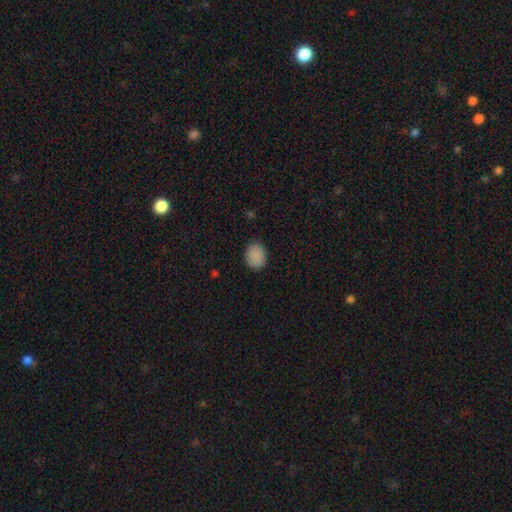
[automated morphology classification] Smooth or featured? smooth (88%)
How rounded? in between (52%)
Merging? none (86%)